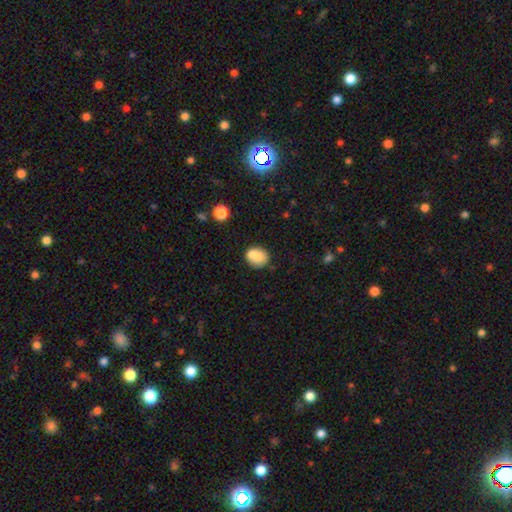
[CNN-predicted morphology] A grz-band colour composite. It shows a smooth galaxy with no disk features (72%) that is round (72%). Merging: none (45%).